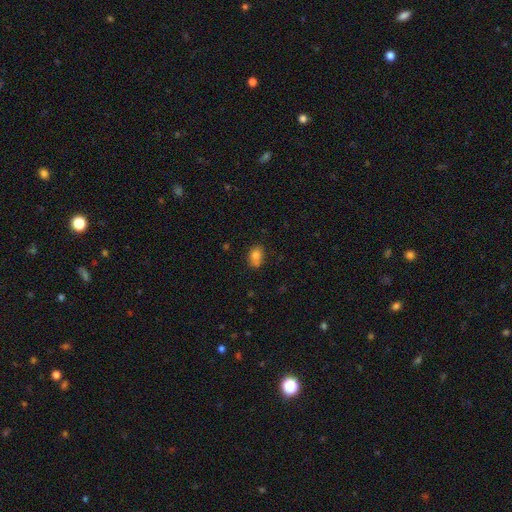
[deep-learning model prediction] Overall: smooth (80%). How rounded: in between (73%). Merging: none (61%; minor disturbance 22%).